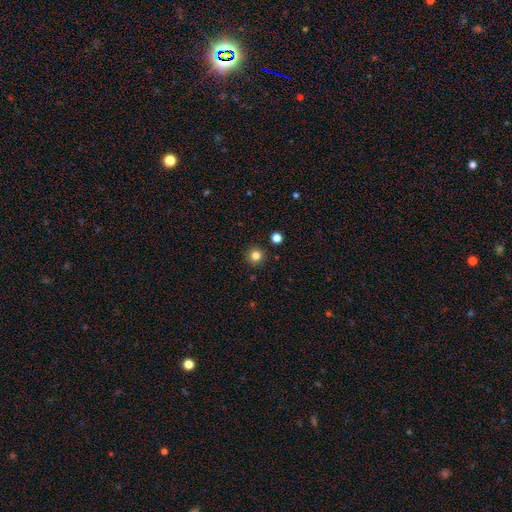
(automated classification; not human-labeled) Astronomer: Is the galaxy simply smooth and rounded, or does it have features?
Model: smooth — 82%.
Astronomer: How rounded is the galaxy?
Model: round — 95%.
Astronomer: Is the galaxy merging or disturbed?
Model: none — 91%.